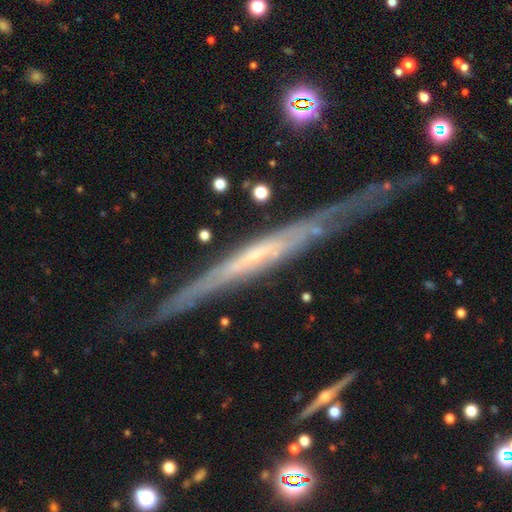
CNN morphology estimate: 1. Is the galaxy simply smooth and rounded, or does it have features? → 77% featured or disk, 15% smooth, 7% star or artifact.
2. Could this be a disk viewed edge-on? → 91% yes, 9% no.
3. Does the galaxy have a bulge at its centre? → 72% none, 19% rounded, 9% boxy.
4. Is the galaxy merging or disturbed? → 73% none, 18% minor disturbance, 6% major disturbance, 3% merger.